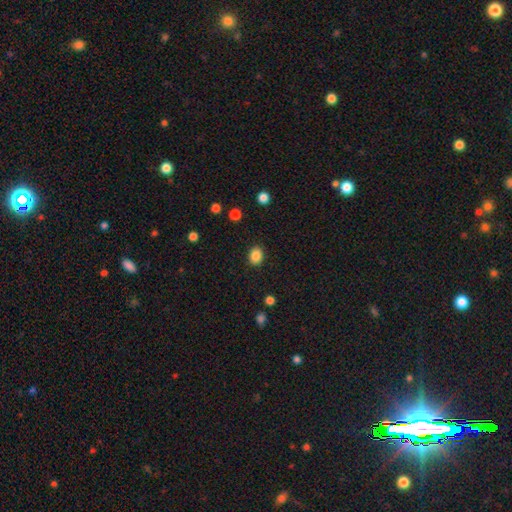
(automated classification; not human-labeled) A smooth galaxy with no disk features (86%) that is in between round and cigar-shaped (50%). Merging: none (89%).